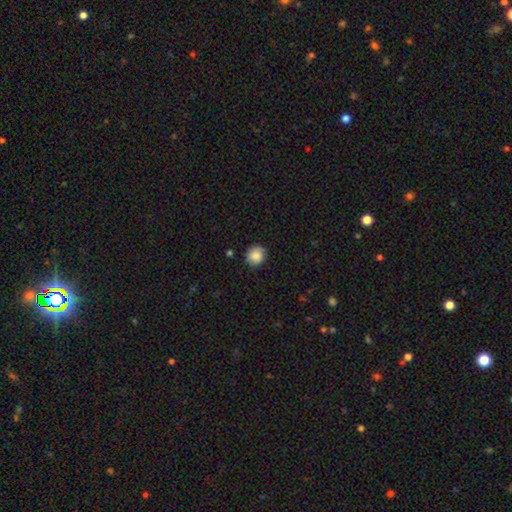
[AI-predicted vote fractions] smooth 83%, featured or disk 9%, star or artifact 8%. Down the decision tree: how rounded — round (86%); merging — none (76%).